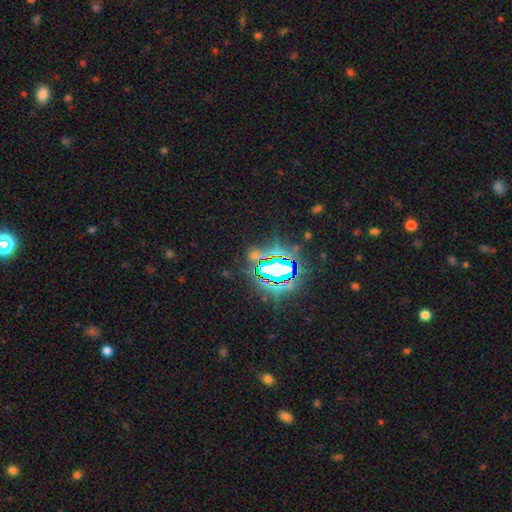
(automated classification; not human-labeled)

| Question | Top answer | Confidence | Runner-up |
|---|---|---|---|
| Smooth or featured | star or artifact | 74% | smooth (17%) |